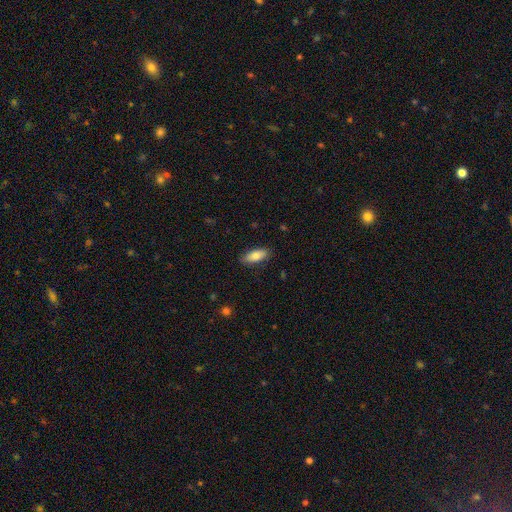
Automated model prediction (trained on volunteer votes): This appears to be a smooth galaxy with no disk features (79%) that is in between round and cigar-shaped (79%). Merging: none (85%).